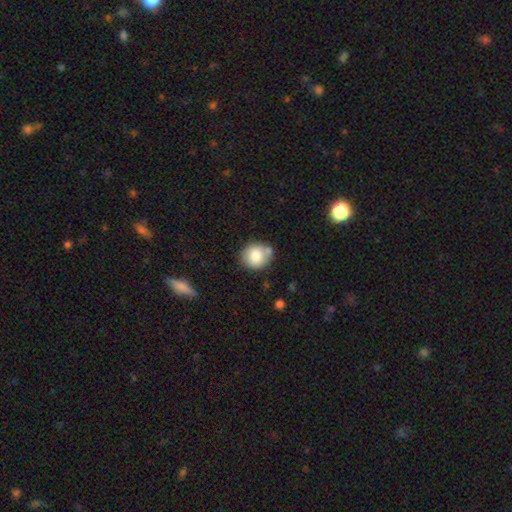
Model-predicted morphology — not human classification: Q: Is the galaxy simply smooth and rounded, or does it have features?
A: smooth — 80%.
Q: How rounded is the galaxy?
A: round — 77%.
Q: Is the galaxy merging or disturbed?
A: none — 68%.